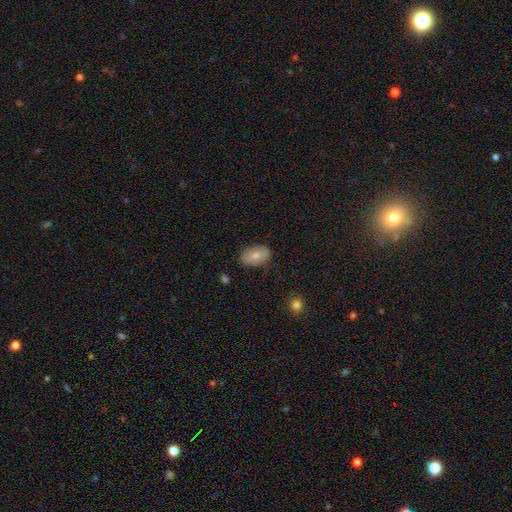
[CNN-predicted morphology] smooth_or_featured: smooth (p=0.75) [alt: featured or disk p=0.18]
how_rounded: in between (p=0.91) [alt: round p=0.08]
merging: none (p=0.84) [alt: minor disturbance p=0.13]